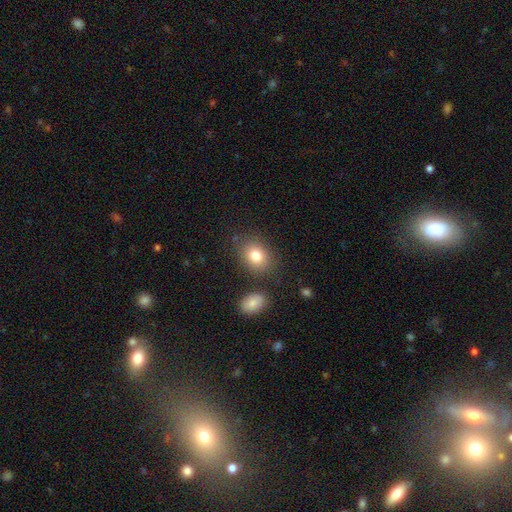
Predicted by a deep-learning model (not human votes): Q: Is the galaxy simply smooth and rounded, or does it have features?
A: smooth — 81%.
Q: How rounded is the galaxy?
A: in between — 54%.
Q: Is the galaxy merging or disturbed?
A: none — 79%.